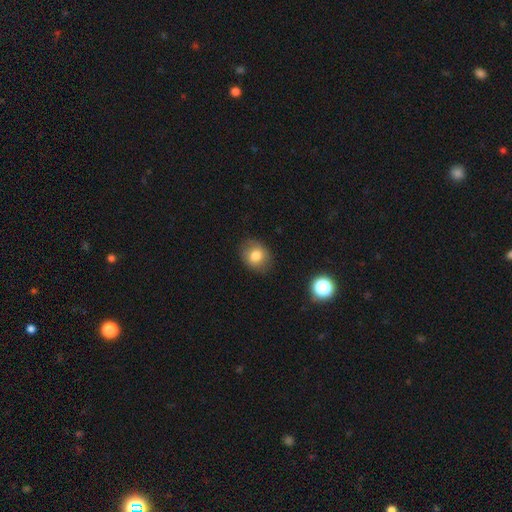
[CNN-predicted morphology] smooth 79%, featured or disk 11%, star or artifact 10%. Down the decision tree: how rounded — round (60%); merging — none (83%).